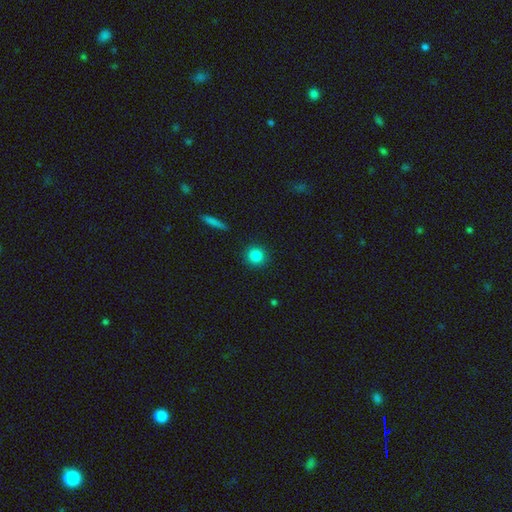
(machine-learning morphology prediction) This is clearly a smooth galaxy (85%). How rounded: clearly round (92%). Merging: clearly none (91%).